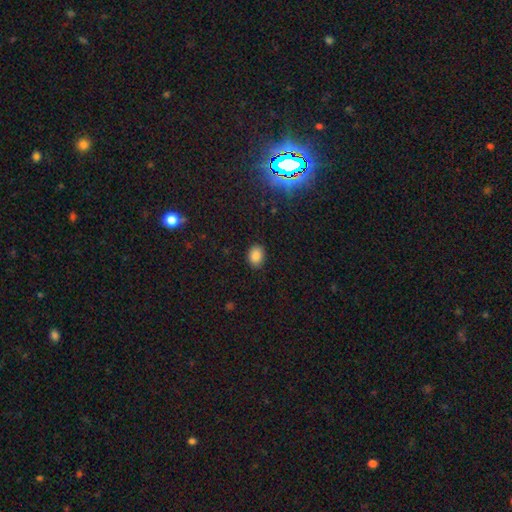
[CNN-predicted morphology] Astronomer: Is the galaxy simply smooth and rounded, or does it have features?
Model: smooth — 87%.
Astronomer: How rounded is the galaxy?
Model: in between — 72%.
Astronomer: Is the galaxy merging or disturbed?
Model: none — 87%.